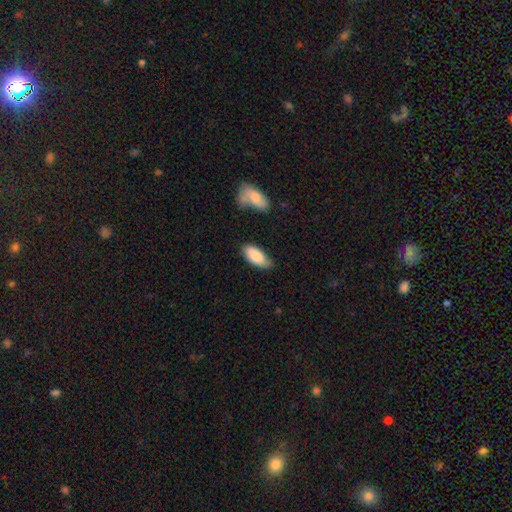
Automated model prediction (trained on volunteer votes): Smooth or featured: smooth — 86% (featured or disk — 8%)
How rounded: in between — 90% (cigar-shaped — 8%)
Merging: none — 64% (minor disturbance — 27%)